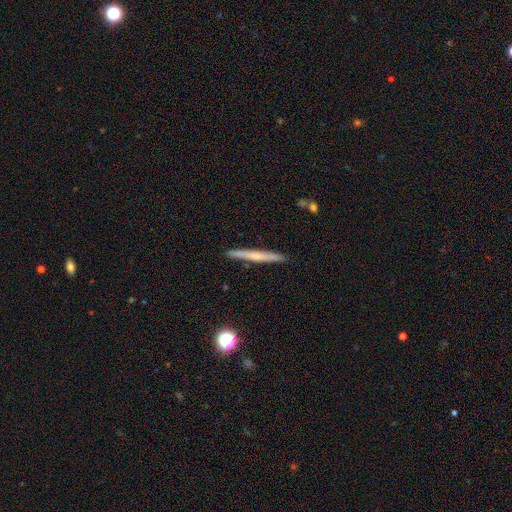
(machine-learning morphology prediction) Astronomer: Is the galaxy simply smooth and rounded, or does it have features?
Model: smooth — 48% (runner-up: featured or disk, 45%).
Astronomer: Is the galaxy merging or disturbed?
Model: none — 90%.